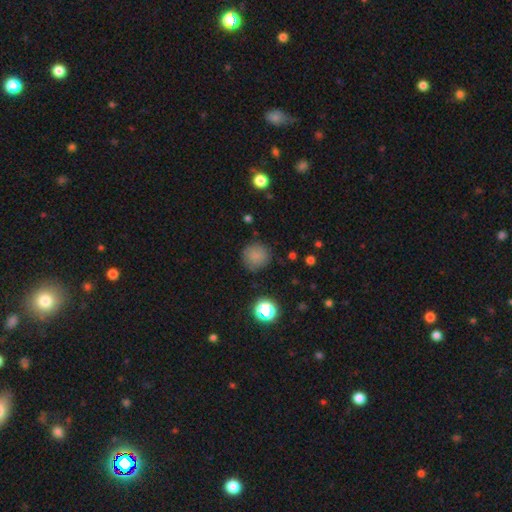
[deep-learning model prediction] smooth_or_featured: smooth (p=0.80) [alt: star or artifact p=0.14]
how_rounded: round (p=0.92) [alt: in between p=0.07]
merging: none (p=0.83) [alt: minor disturbance p=0.12]